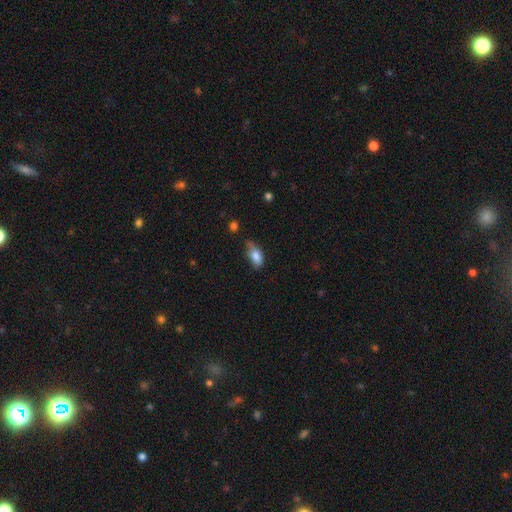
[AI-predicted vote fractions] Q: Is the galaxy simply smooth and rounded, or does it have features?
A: smooth — 79%.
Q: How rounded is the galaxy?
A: in between — 86%.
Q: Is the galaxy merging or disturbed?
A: minor disturbance — 44%.